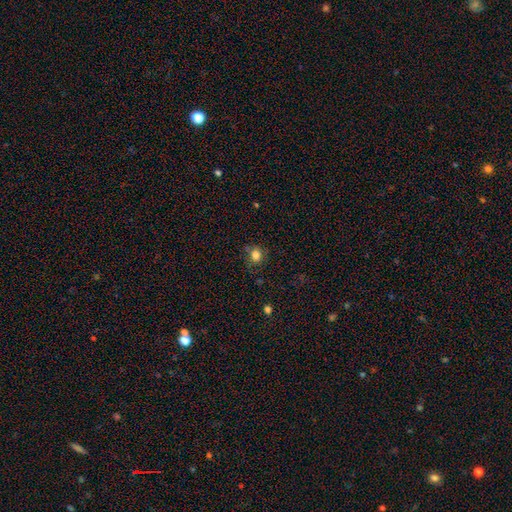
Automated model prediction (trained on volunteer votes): smooth_or_featured: smooth (p=0.81) [alt: star or artifact p=0.12]
how_rounded: round (p=0.74) [alt: in between p=0.25]
merging: none (p=0.74) [alt: minor disturbance p=0.19]